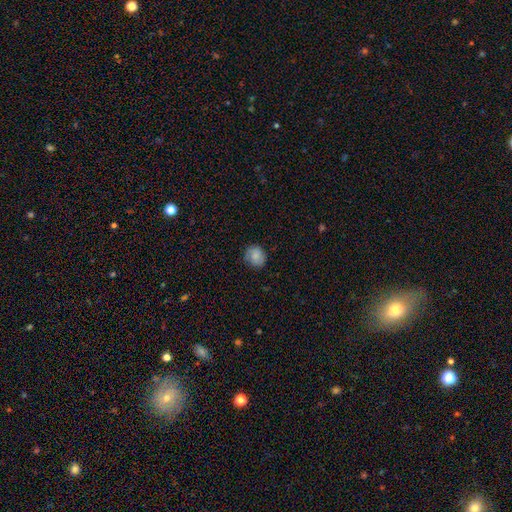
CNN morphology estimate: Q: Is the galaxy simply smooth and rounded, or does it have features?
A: smooth — 79%.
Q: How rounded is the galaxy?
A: round — 77%.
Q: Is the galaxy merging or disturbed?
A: none — 81%.